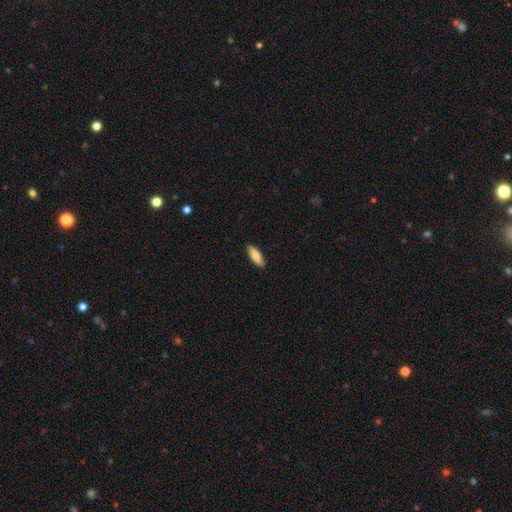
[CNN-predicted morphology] The model was most divided on "how rounded": in between: 53%, cigar-shaped: 45%, round: 2%. More confident: merging — none (89%); smooth or featured — smooth (84%).